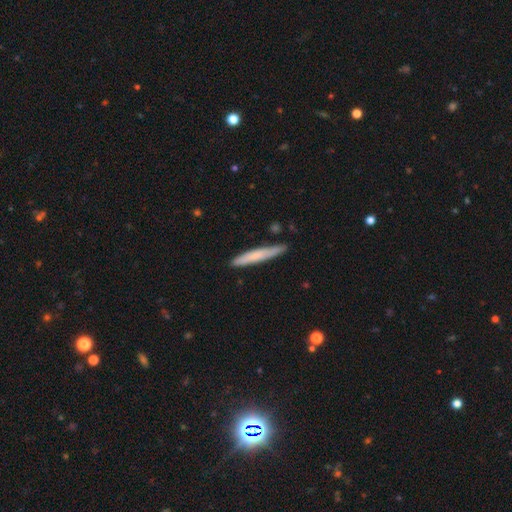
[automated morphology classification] The model was most divided on "smooth or featured": smooth: 66%, featured or disk: 28%, star or artifact: 6%. More confident: how rounded — cigar-shaped (95%); merging — none (84%).